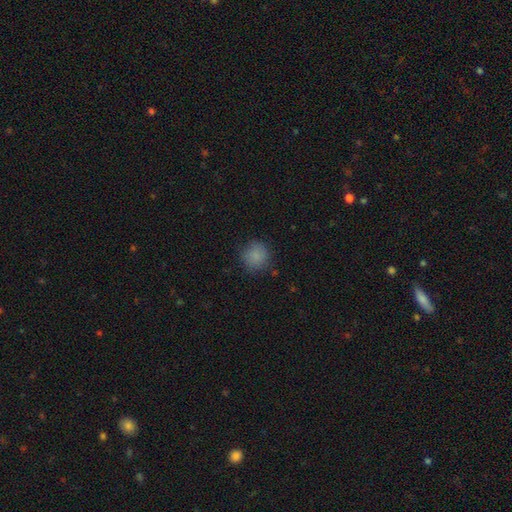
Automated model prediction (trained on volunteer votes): This is clearly a smooth galaxy (85%). How rounded: clearly round (90%). Merging: clearly none (81%).